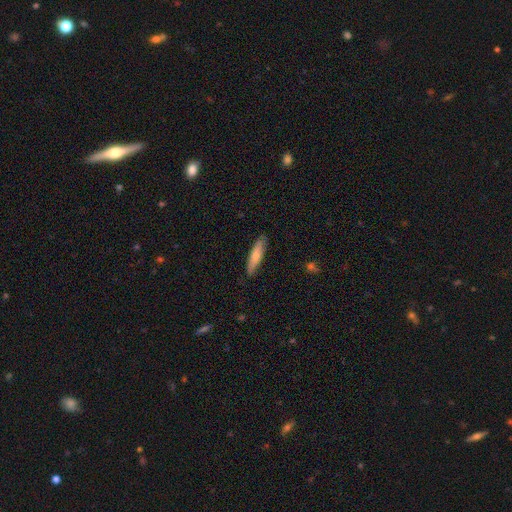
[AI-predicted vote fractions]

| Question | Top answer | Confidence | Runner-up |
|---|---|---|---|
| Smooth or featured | smooth | 72% | featured or disk (23%) |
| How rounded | cigar-shaped | 80% | in between (19%) |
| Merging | none | 85% | minor disturbance (12%) |